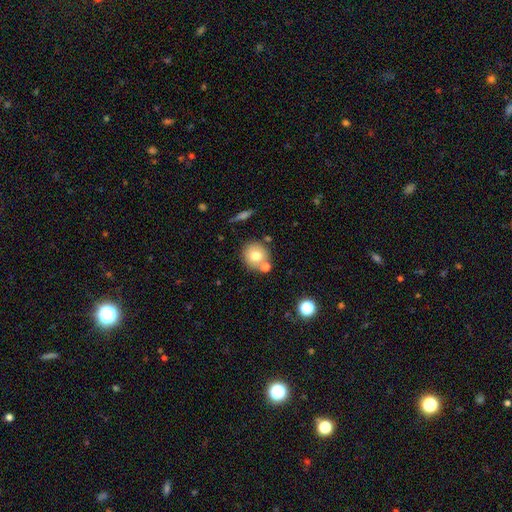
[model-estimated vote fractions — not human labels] This appears to be a smooth galaxy with no disk features (73%) that is round (90%). Merging: none (69%).